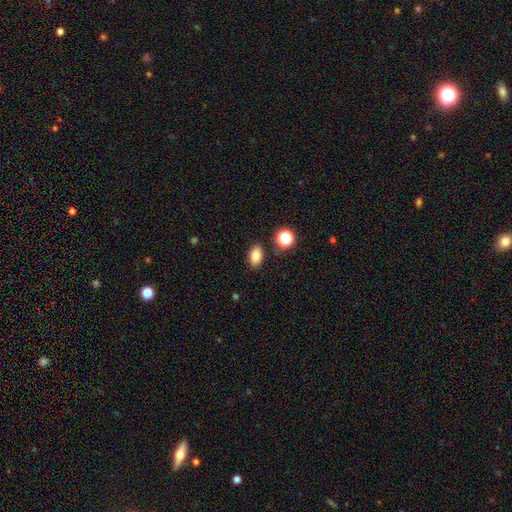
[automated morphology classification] Smooth or featured? smooth (83%)
How rounded? in between (87%)
Merging? none (85%)